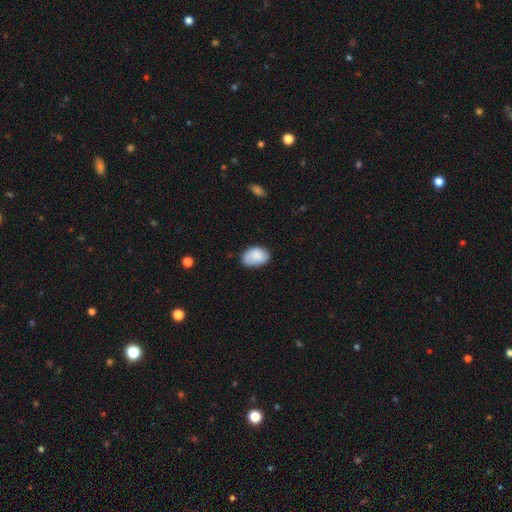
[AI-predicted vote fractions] Overall: smooth (86%). How rounded: in between (88%). Merging: none (69%).